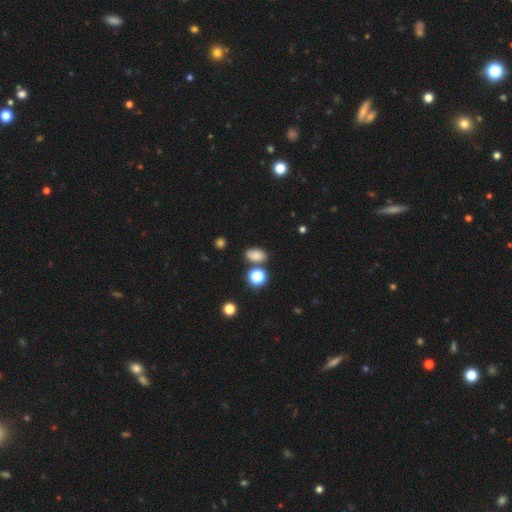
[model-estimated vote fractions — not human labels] smooth_or_featured: smooth (p=0.78) [alt: star or artifact p=0.16]
how_rounded: in between (p=0.80) [alt: round p=0.19]
merging: none (p=0.71) [alt: minor disturbance p=0.15]